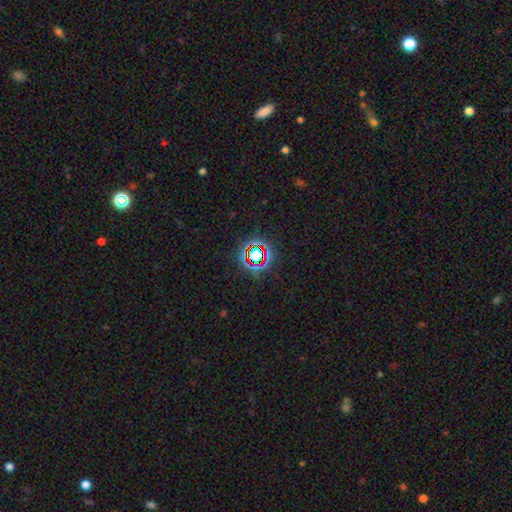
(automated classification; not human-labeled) The model was most divided on "smooth or featured": star or artifact: 72%, smooth: 17%, featured or disk: 10%.